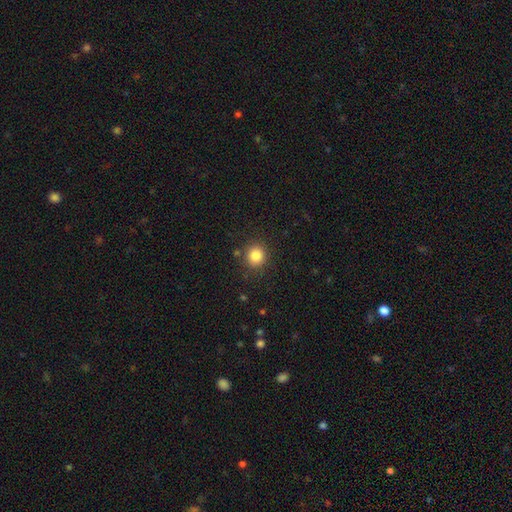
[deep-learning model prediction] A smooth galaxy with no disk features (83%) that is round (88%).

Vote fractions:
- Smooth or featured? smooth: 83% / star or artifact: 11% / featured or disk: 5%
- How rounded? round: 88% / in between: 11% / cigar-shaped: 1%
- Merging? none: 87% / minor disturbance: 8% / major disturbance: 3% / merger: 2%